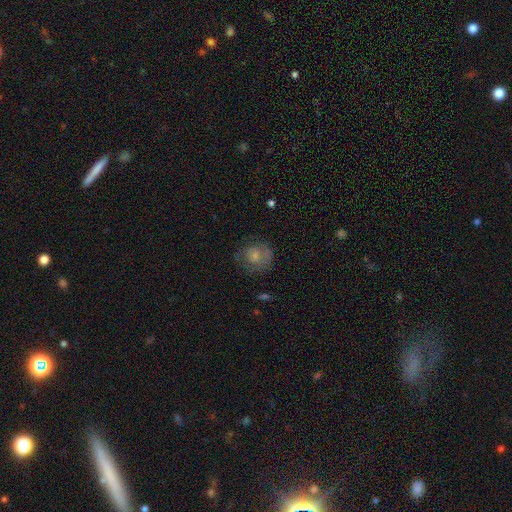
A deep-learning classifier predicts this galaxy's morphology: smooth_or_featured: smooth (p=0.64) [alt: featured or disk p=0.28]
how_rounded: round (p=0.83) [alt: in between p=0.16]
merging: none (p=0.63) [alt: minor disturbance p=0.22]